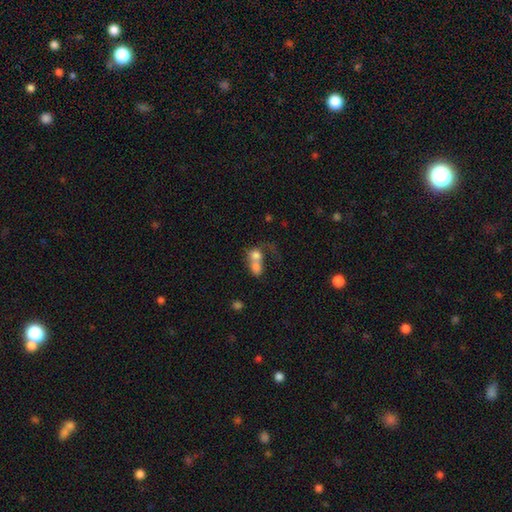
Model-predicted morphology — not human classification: type=smooth (70%); roundness=round (51%); merging=merger (73%).